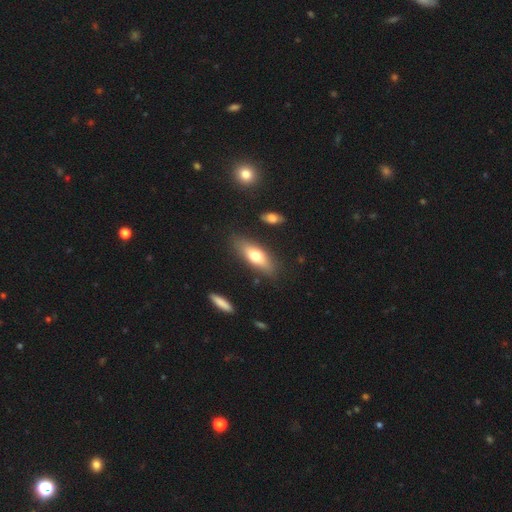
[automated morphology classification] The model was most divided on "how rounded": in between: 63%, cigar-shaped: 34%, round: 3%. More confident: merging — none (83%); smooth or featured — smooth (68%).